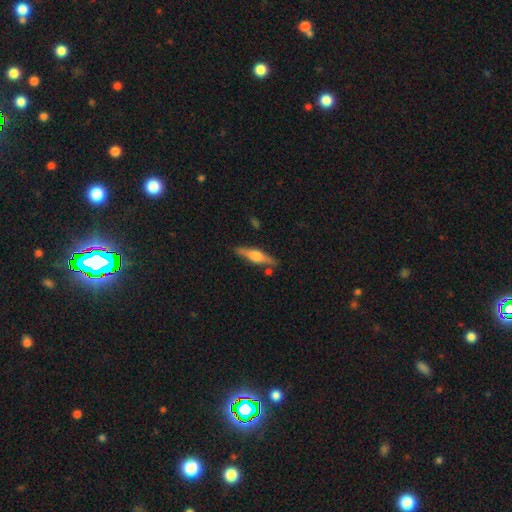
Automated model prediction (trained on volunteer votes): smooth_or_featured: featured or disk (p=0.63) [alt: smooth p=0.31]
disk_edge_on: yes (p=0.96) [alt: no p=0.04]
edge_on_bulge: rounded (p=0.84) [alt: boxy p=0.13]
merging: none (p=0.83) [alt: minor disturbance p=0.11]